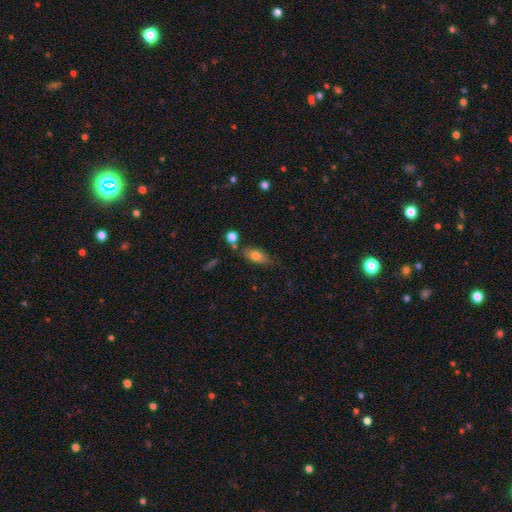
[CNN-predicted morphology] Smooth or featured? Predicted: smooth (p=0.73). How rounded? Predicted: in between (p=0.81). Merging? Predicted: none (p=0.68).